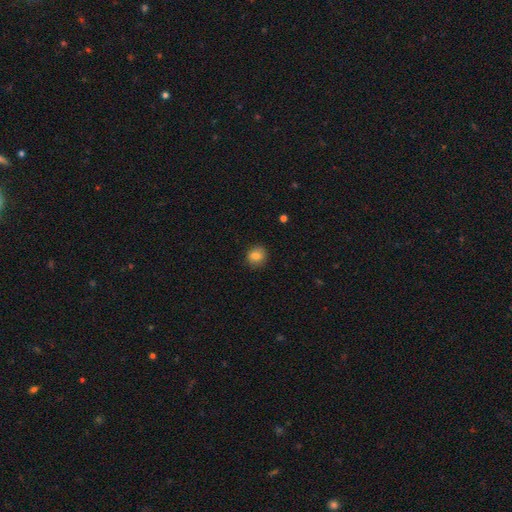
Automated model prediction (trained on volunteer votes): Overall: smooth (82%). How rounded: round (82%). Merging: none (86%).